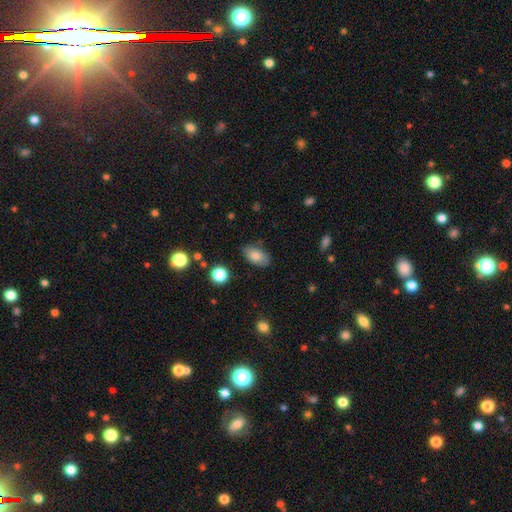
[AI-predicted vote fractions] smooth 80%, featured or disk 12%, star or artifact 8%. Down the decision tree: how rounded — in between (91%); merging — none (79%).